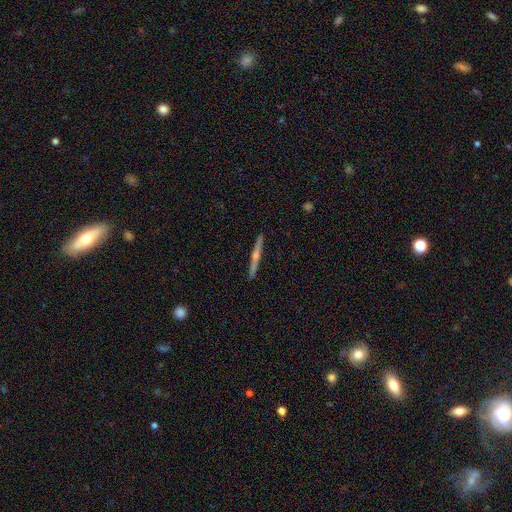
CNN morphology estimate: Q: Smooth or featured?
A: featured or disk (53%); runner-up: smooth (27%)
Q: Edge-on disk?
A: yes (88%); runner-up: no (12%)
Q: Merging?
A: none (85%); runner-up: minor disturbance (9%)